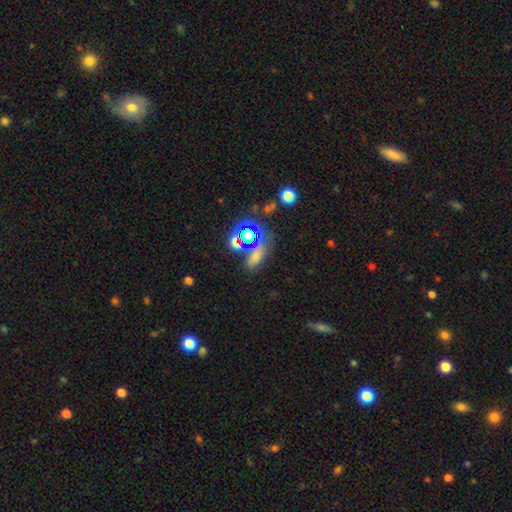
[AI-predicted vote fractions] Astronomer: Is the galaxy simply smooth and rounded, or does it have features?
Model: smooth — 54% (runner-up: star or artifact, 35%).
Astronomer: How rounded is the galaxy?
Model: in between — 65%.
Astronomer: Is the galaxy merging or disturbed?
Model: none — 57%.